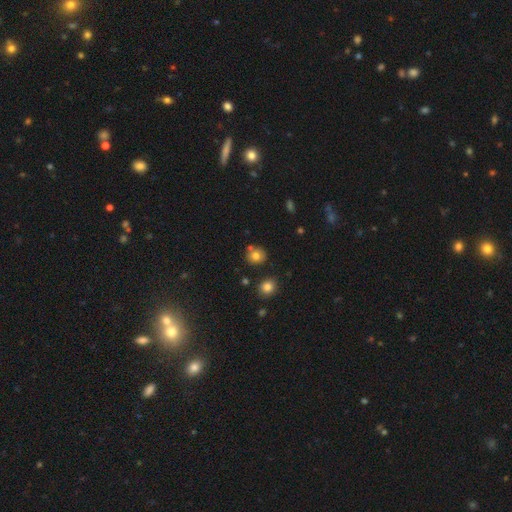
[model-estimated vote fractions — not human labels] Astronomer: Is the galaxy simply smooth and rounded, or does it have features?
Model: smooth — 78%.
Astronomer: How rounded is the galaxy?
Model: round — 84%.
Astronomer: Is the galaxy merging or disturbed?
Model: none — 77%.